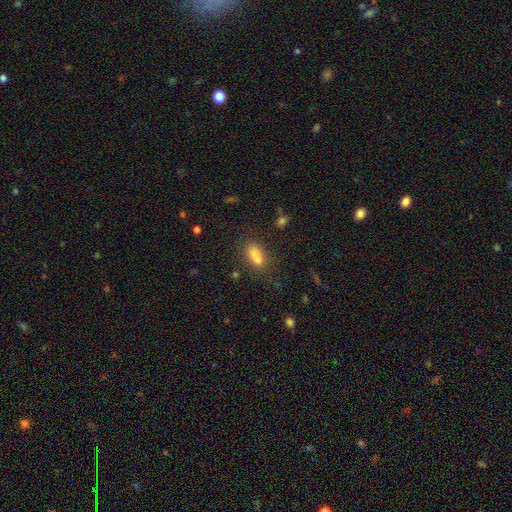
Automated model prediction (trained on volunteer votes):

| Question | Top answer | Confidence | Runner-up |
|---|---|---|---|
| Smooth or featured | smooth | 72% | featured or disk (14%) |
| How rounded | in between | 72% | round (20%) |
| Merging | merger | 43% | none (40%) |